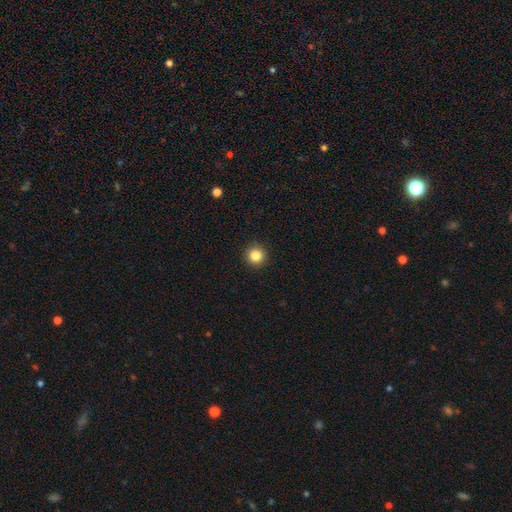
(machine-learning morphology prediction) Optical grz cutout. It shows a smooth galaxy with no disk features (85%) that is round (96%). Merging: none (92%).